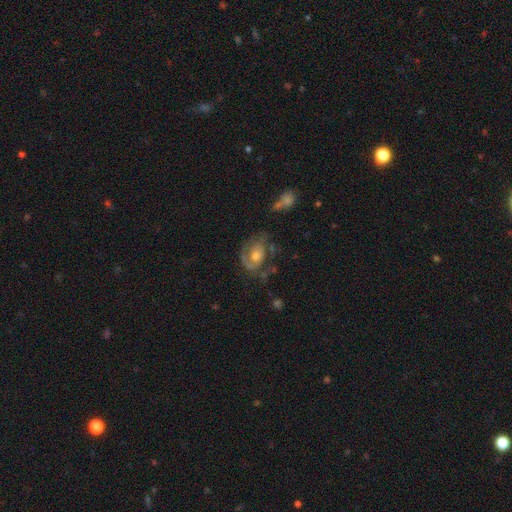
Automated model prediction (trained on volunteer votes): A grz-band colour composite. It shows a featured or disk galaxy (71%) with no bar (75%), 2 (38%) tight (47%) spiral arms (79%) and a moderate central bulge (64%). Merging: none (51%).